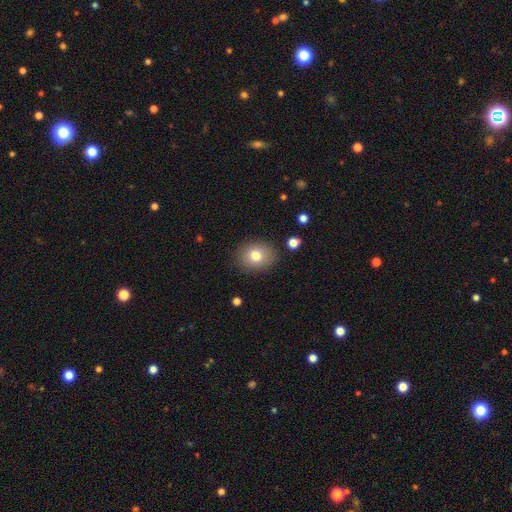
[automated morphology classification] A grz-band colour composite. It shows a smooth galaxy with no disk features (77%) that is round (57%). Merging: none (87%).